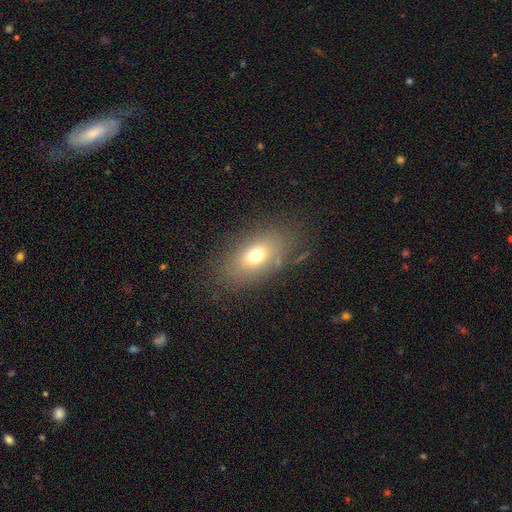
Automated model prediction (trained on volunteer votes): Morphology: type=smooth (69%); roundness=in between (84%); merging=none (78%).